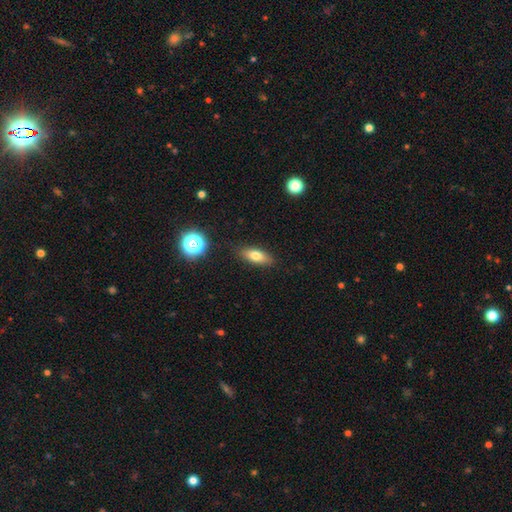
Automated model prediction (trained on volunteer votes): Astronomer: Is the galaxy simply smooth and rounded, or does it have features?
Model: smooth — 72%.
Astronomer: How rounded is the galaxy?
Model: in between — 73%.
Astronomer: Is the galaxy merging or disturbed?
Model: none — 86%.